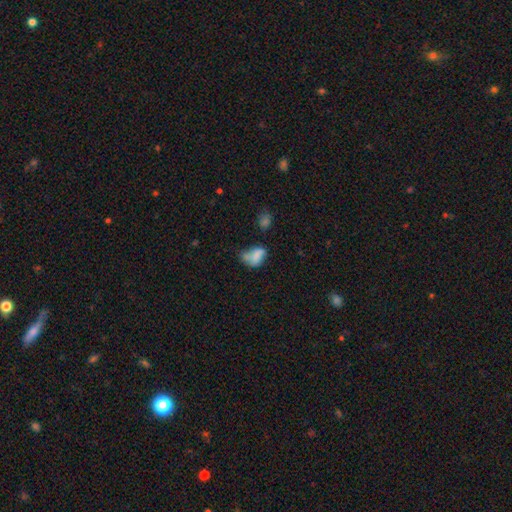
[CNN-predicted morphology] A smooth galaxy with no disk features (67%) that is in between round and cigar-shaped (81%). Merging: minor disturbance (29%).